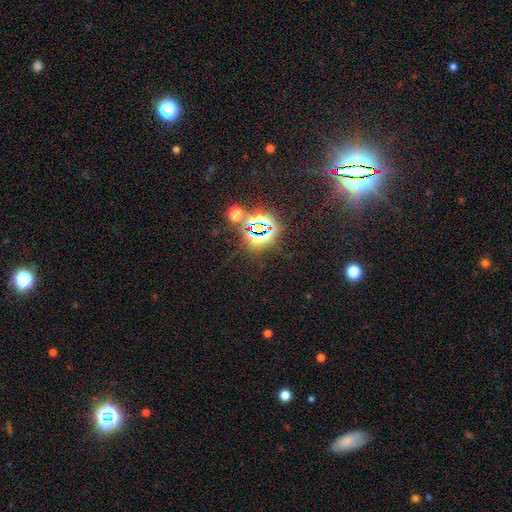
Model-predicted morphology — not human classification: smooth-or-featured: star or artifact: 82% | smooth: 10% | featured or disk: 7%